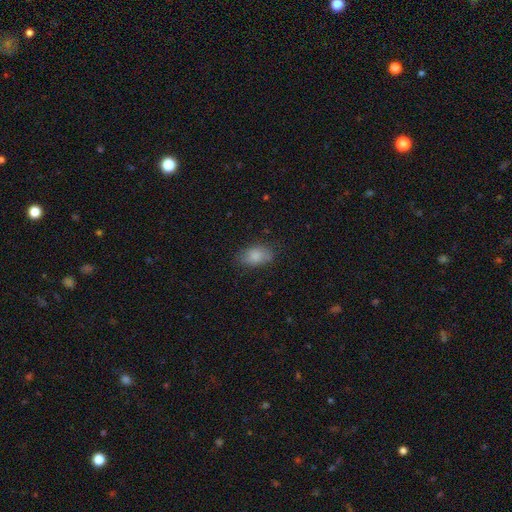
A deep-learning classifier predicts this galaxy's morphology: smooth-or-featured: smooth: 84% | featured or disk: 9% | star or artifact: 7%
  how-rounded: in between: 90% | round: 8% | cigar-shaped: 2%
  merging: none: 75% | minor disturbance: 18% | major disturbance: 5% | merger: 1%